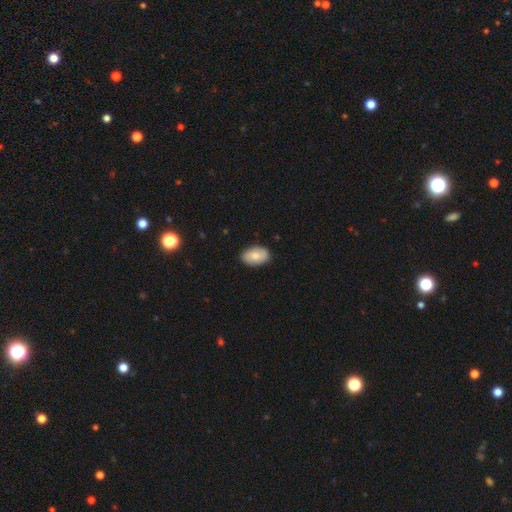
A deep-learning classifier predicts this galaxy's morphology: Overall: smooth (75%). How rounded: in between (91%). Merging: none (86%).